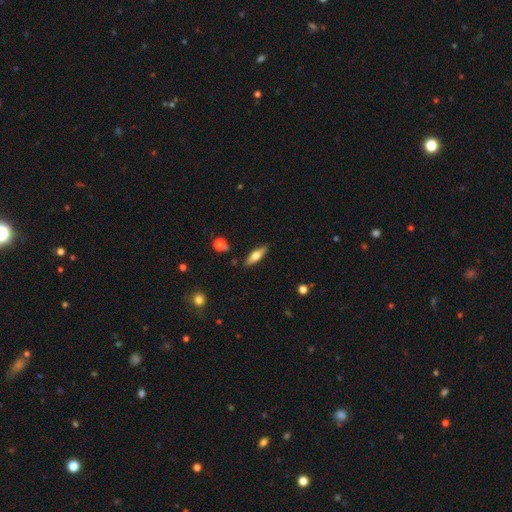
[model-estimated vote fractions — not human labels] Overall: smooth (56%; featured or disk 38%). How rounded: cigar-shaped (49%; in between 48%). Merging: none (86%).